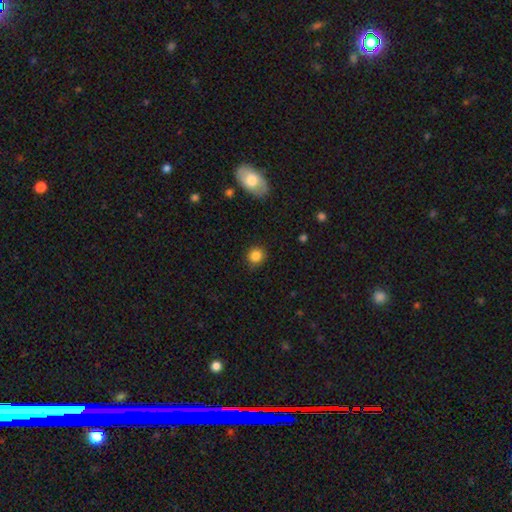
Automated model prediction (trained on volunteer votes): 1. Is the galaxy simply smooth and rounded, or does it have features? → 85% smooth, 11% star or artifact, 4% featured or disk.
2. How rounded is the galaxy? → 88% round, 11% in between, 1% cigar-shaped.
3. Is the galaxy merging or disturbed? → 87% none, 9% minor disturbance, 3% major disturbance, 1% merger.